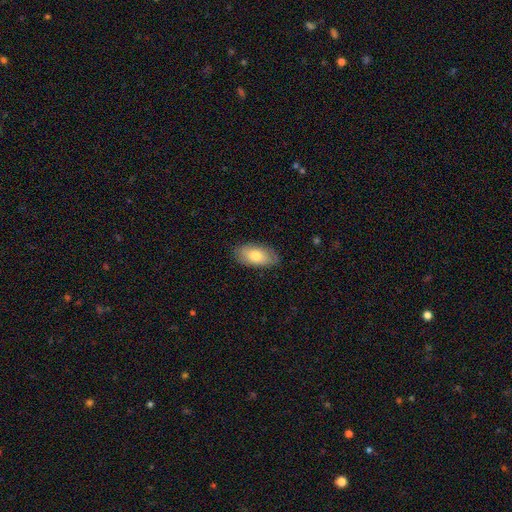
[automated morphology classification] Smooth or featured? Predicted: smooth (p=0.76). How rounded? Predicted: in between (p=0.93). Merging? Predicted: none (p=0.84).